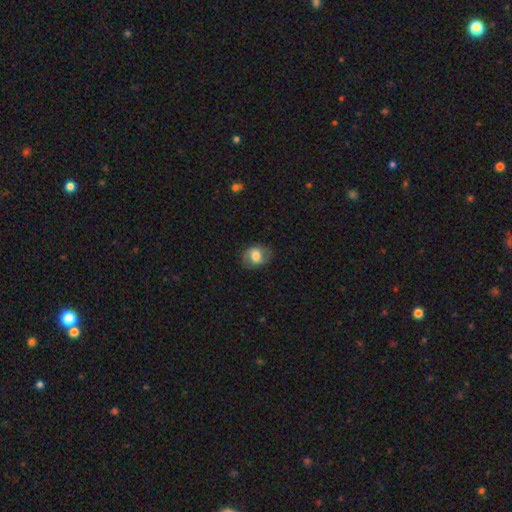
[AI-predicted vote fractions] The model was most divided on "how rounded": in between: 56%, round: 43%, cigar-shaped: 1%. More confident: merging — none (79%); smooth or featured — smooth (66%).